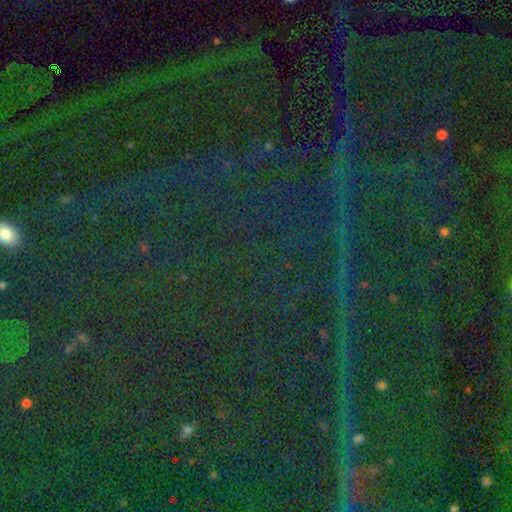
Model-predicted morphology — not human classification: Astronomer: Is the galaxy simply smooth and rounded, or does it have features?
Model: star or artifact — 84%.